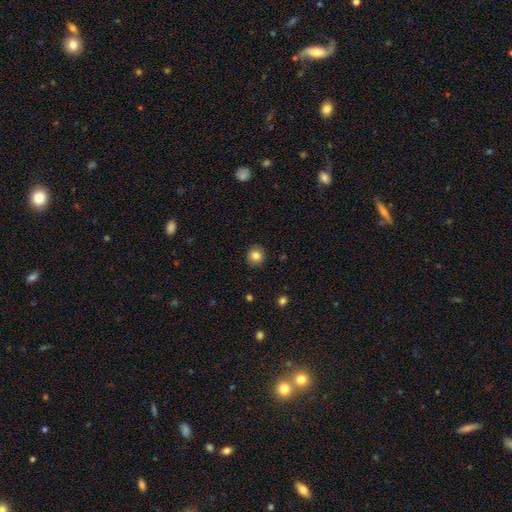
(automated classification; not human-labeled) Smooth or featured?
  - smooth: 83% *
  - star or artifact: 10%
  - featured or disk: 7%
How rounded?
  - round: 90% *
  - in between: 9%
  - cigar-shaped: 1%
Merging?
  - none: 90% *
  - minor disturbance: 7%
  - major disturbance: 2%
  - merger: 1%